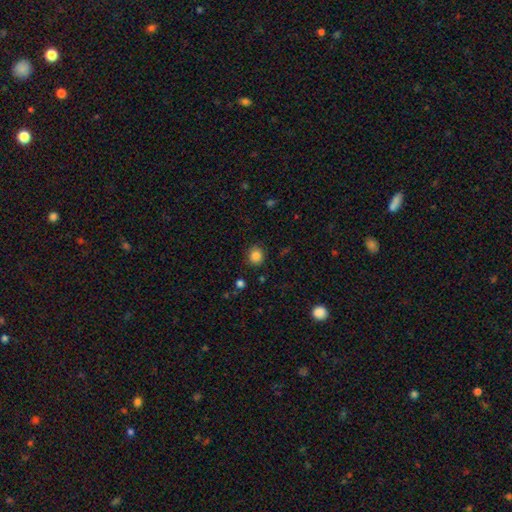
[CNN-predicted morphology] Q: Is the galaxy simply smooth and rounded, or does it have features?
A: smooth — 85%.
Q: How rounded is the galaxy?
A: round — 85%.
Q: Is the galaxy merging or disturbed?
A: none — 88%.